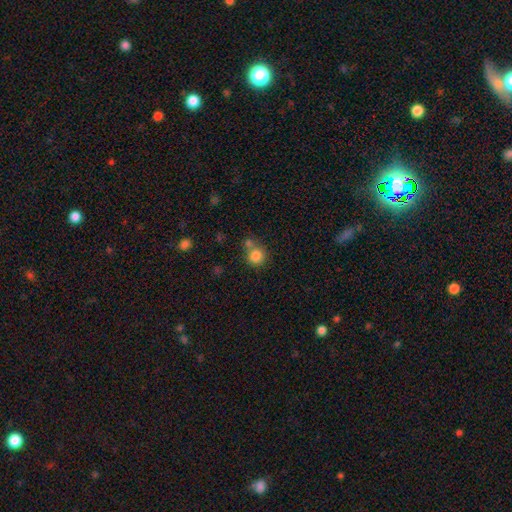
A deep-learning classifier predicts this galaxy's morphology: Smooth or featured? Predicted: smooth (p=0.82). How rounded? Predicted: round (p=0.88). Merging? Predicted: none (p=0.56).